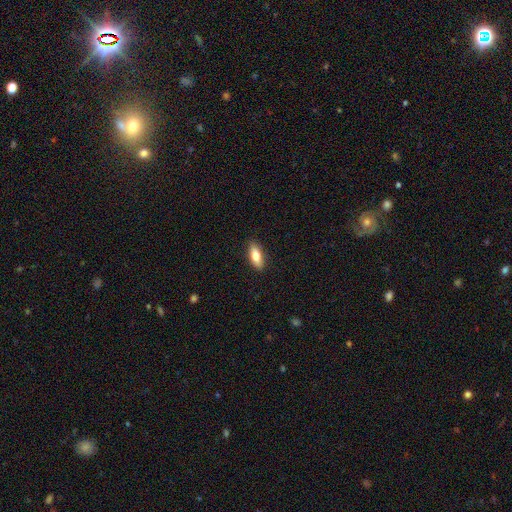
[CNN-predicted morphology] smooth 73%, featured or disk 21%, star or artifact 6%. Down the decision tree: how rounded — in between (69%); merging — none (88%).